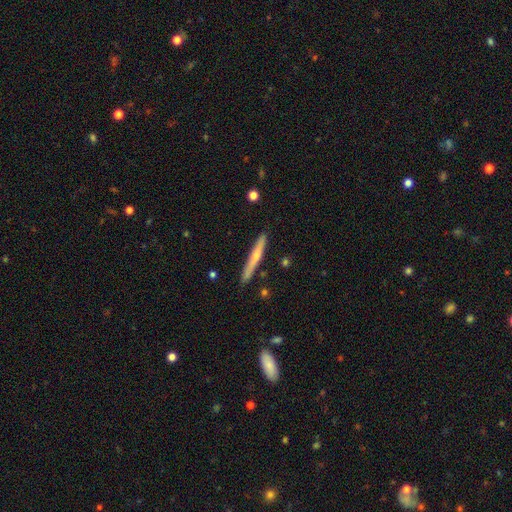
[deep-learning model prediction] Smooth or featured? Predicted: featured or disk (p=0.52). Edge-on disk? Predicted: yes (p=0.96). Merging? Predicted: none (p=0.87).